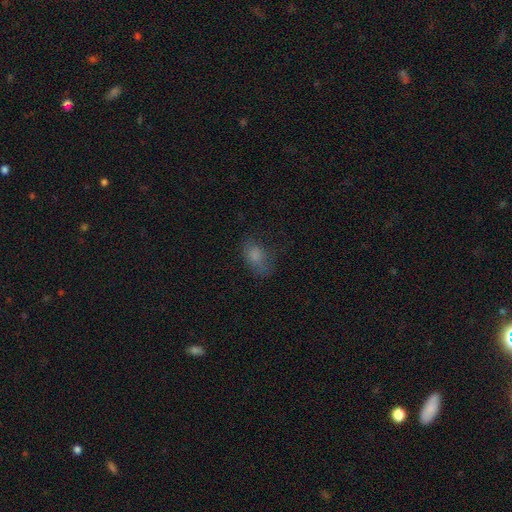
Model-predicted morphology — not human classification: smooth_or_featured: smooth (p=0.75) [alt: star or artifact p=0.13]
how_rounded: in between (p=0.82) [alt: round p=0.15]
merging: none (p=0.52) [alt: minor disturbance p=0.27]